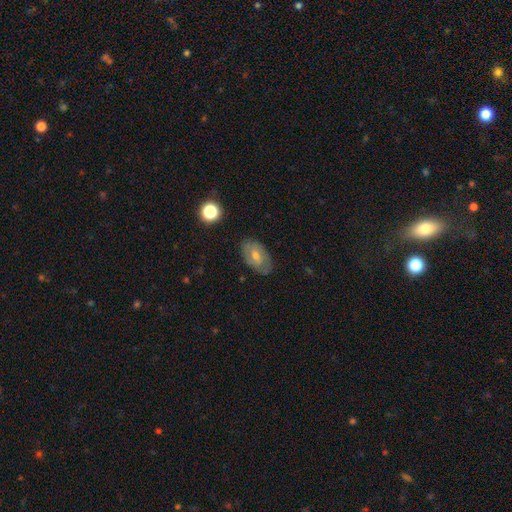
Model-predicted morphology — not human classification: Smooth or featured? featured or disk (49%)
Merging? none (79%)